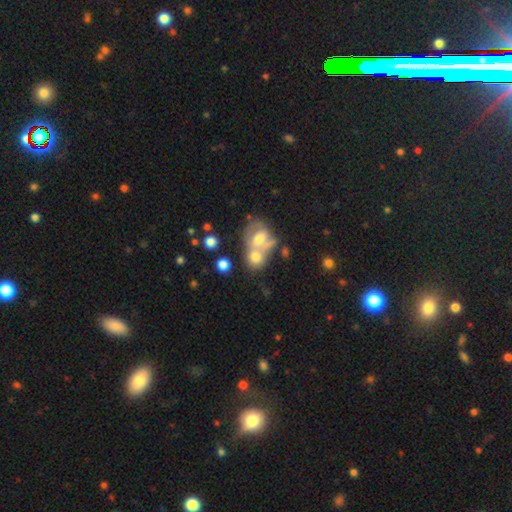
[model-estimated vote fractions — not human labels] A featured or disk galaxy (41%). Merging: merger (54%).